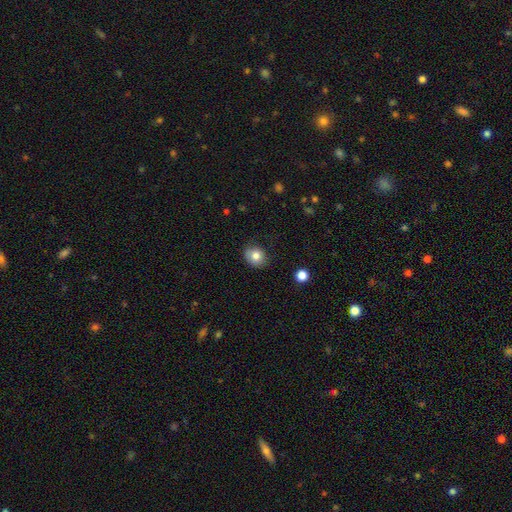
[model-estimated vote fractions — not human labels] smooth 79%, featured or disk 11%, star or artifact 10%. Down the decision tree: how rounded — round (70%); merging — none (77%).